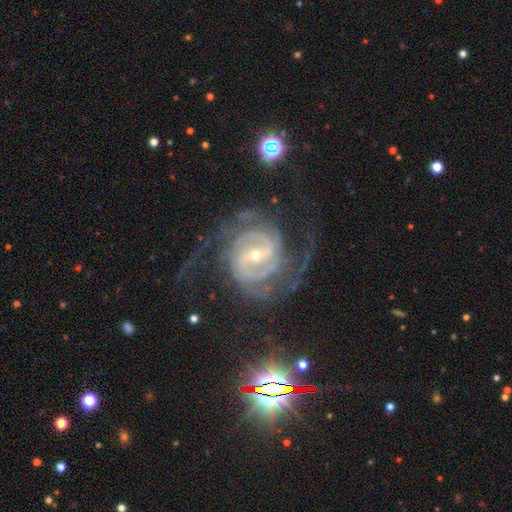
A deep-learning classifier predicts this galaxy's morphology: type=featured or disk (92%); edge-on=no (97%); bar=weak (42%); spiral arms=yes (98%); winding=tight (47%); arm count=2 (60%); bulge=small (66%); merging=none (67%).